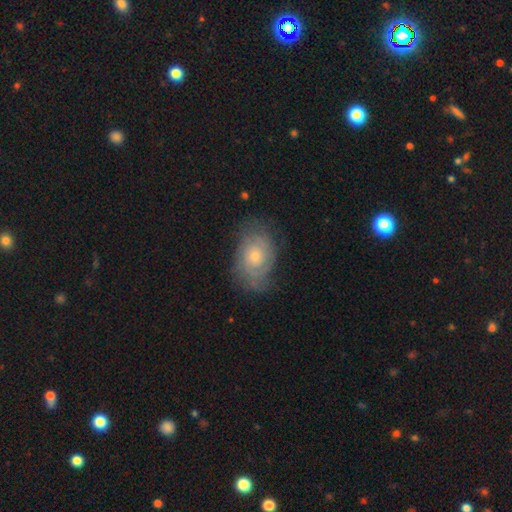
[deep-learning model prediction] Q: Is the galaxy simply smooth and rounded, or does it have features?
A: featured or disk — 69%.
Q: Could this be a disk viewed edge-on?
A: no — 96%.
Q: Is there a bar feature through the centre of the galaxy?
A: no — 80%.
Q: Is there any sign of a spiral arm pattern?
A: yes — 86%.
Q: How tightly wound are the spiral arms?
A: tight — 67%.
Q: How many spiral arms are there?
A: can't tell — 45%.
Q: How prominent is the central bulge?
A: small — 53%.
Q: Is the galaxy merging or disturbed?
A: none — 68%.